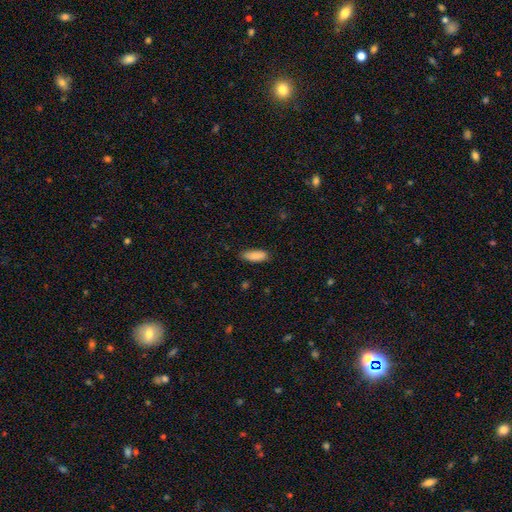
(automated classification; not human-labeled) This appears to be a smooth galaxy with no disk features (88%) that is in between round and cigar-shaped (76%). Merging: none (83%).